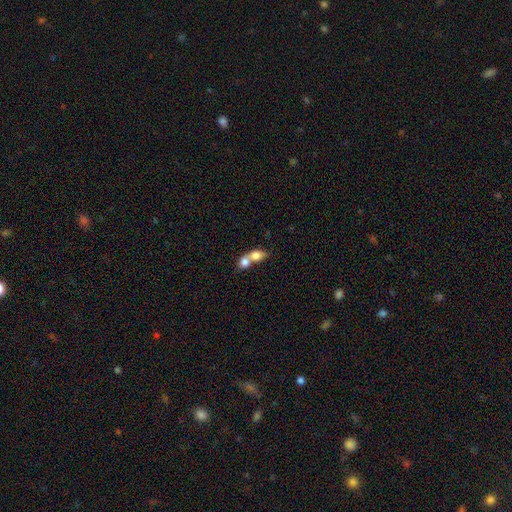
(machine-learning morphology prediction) The model was most divided on "how rounded": in between: 61%, round: 34%, cigar-shaped: 4%. More confident: merging — merger (77%); smooth or featured — smooth (76%).